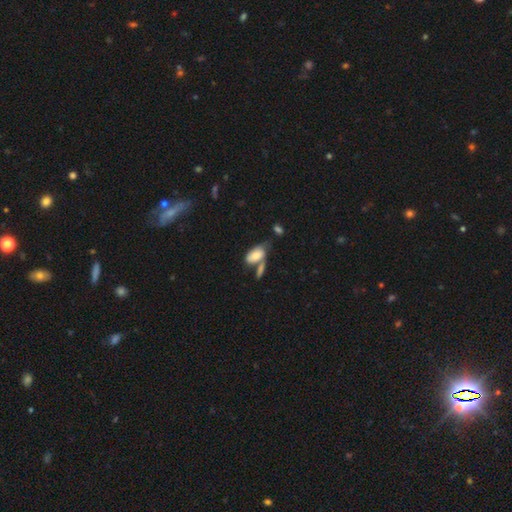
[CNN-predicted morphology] Overall: smooth (72%). How rounded: in between (92%). Merging: merger (39%; none 29%).